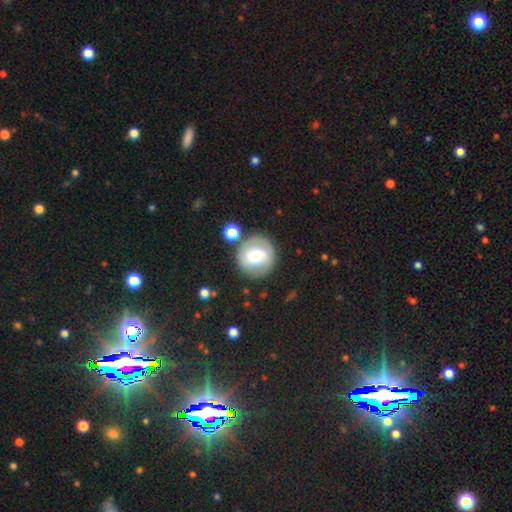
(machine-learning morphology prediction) This is possibly a smooth galaxy (55%). How rounded: clearly round (90%). Merging: likely none (75%).